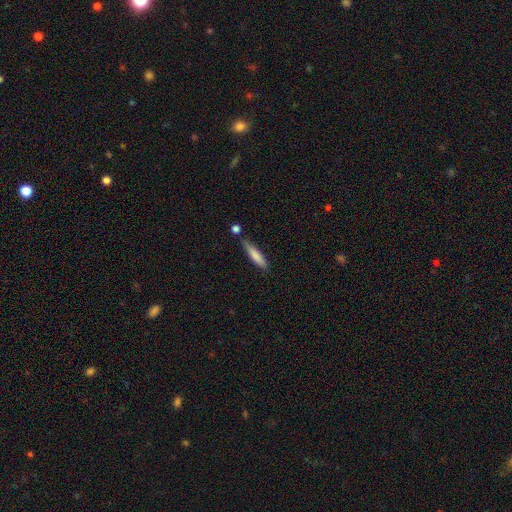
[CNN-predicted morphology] A smooth galaxy with no disk features (78%) that is cigar-shaped (85%). Merging: none (68%).